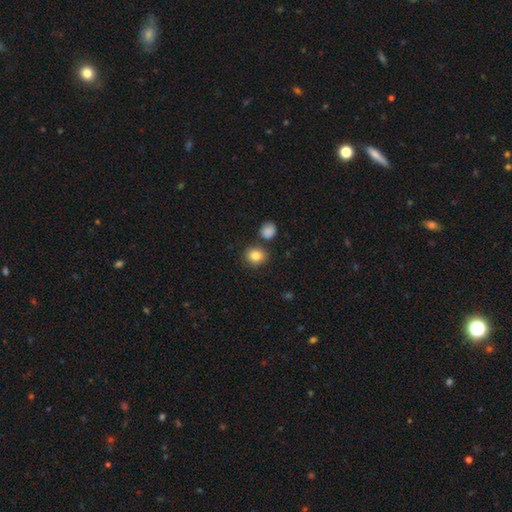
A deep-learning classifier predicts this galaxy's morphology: This appears to be a smooth galaxy with no disk features (84%) that is round (81%). Merging: none (82%).